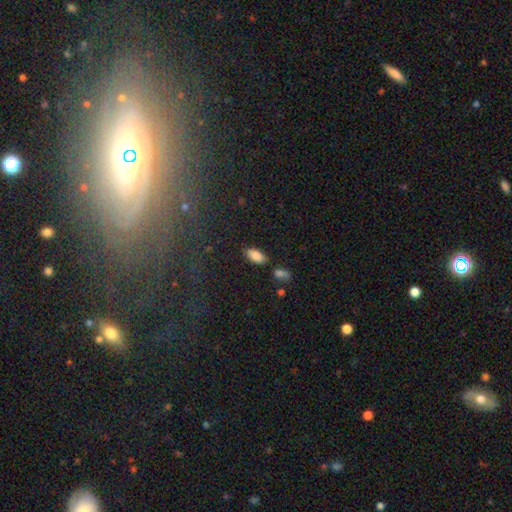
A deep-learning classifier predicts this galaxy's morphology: Smooth or featured?
  - smooth: 85% *
  - star or artifact: 8%
  - featured or disk: 7%
How rounded?
  - in between: 92% *
  - cigar-shaped: 5%
  - round: 2%
Merging?
  - none: 80% *
  - minor disturbance: 12%
  - merger: 5%
  - major disturbance: 3%